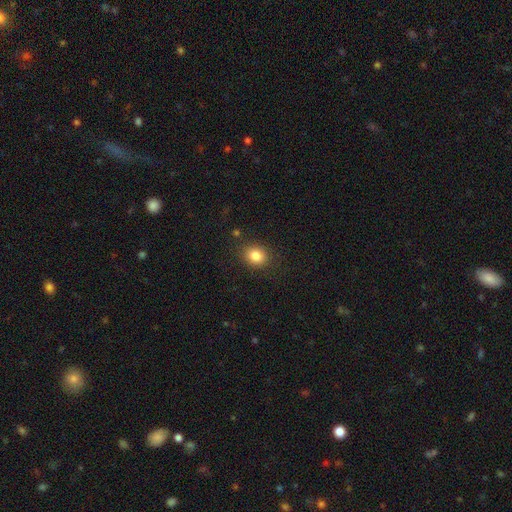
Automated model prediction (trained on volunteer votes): This is clearly a smooth galaxy (84%). How rounded: possibly round (58%). Merging: clearly none (85%).